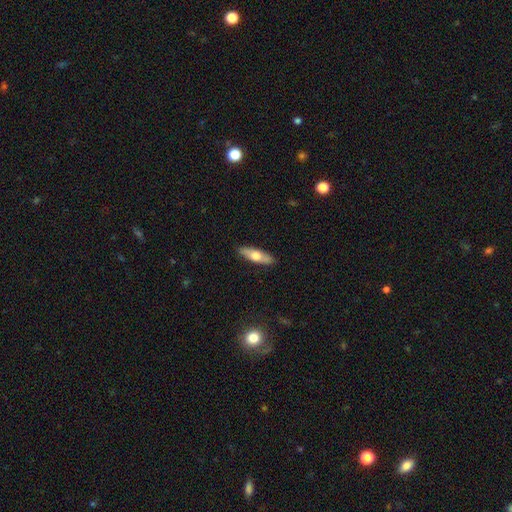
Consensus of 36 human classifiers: smooth-or-featured: smooth: 50% | featured or disk: 42% | star or artifact: 8%
  how-rounded: in between: 56% | cigar-shaped: 44% | round: 0%
  merging: none: 94% | minor disturbance: 3% | major disturbance: 3% | merger: 0%